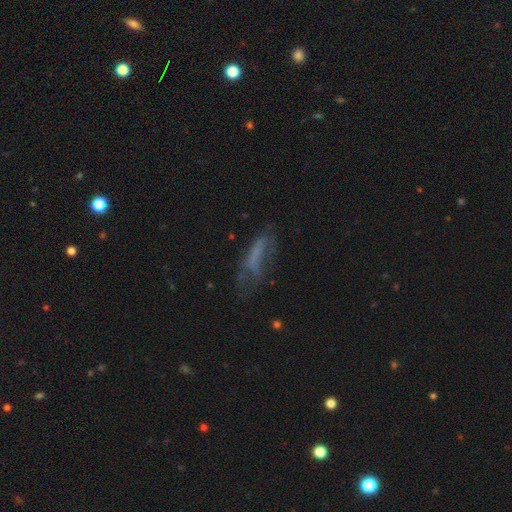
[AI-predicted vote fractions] Smooth or featured? Predicted: smooth (p=0.43). Merging? Predicted: none (p=0.40).